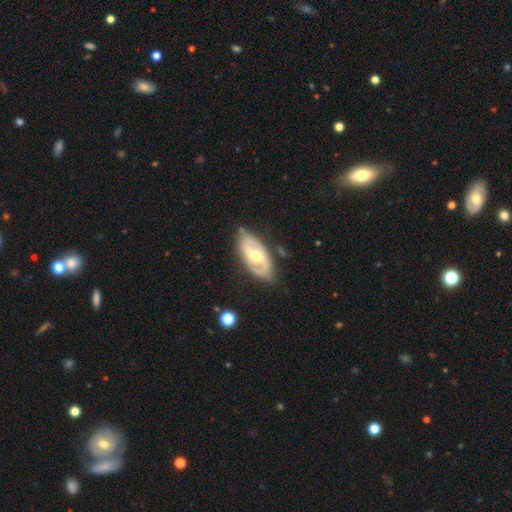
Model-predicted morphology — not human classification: Q: Smooth or featured?
A: featured or disk (80%); runner-up: smooth (15%)
Q: Edge-on disk?
A: no (94%); runner-up: yes (6%)
Q: Bar?
A: weak (48%); runner-up: strong (29%)
Q: Spiral arms?
A: yes (86%); runner-up: no (14%)
Q: Spiral winding?
A: medium (47%); runner-up: tight (37%)
Q: Spiral arm count?
A: 2 (86%); runner-up: can't tell (8%)
Q: Bulge size?
A: moderate (68%); runner-up: small (20%)
Q: Merging?
A: none (78%); runner-up: minor disturbance (16%)